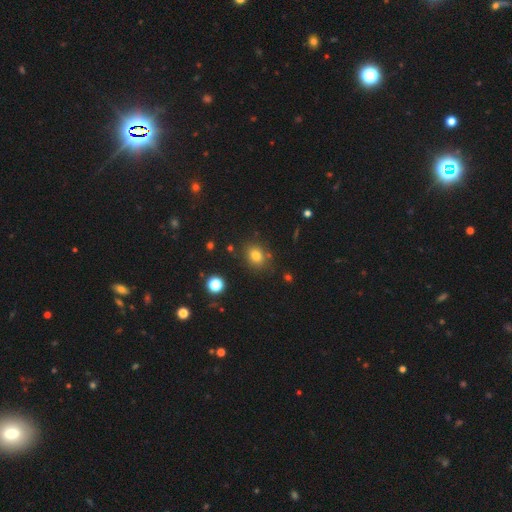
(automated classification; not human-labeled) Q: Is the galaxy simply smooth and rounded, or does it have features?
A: smooth — 77%.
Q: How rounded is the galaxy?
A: round — 54%.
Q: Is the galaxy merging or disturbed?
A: none — 81%.